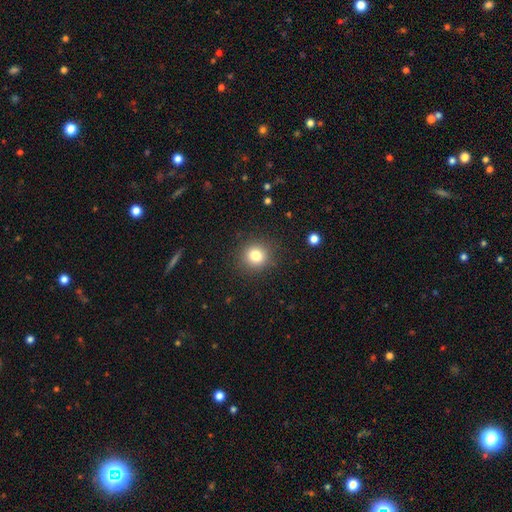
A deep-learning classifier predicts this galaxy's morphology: The model was most divided on "smooth or featured": smooth: 80%, star or artifact: 12%, featured or disk: 7%. More confident: merging — none (89%); how rounded — round (89%).